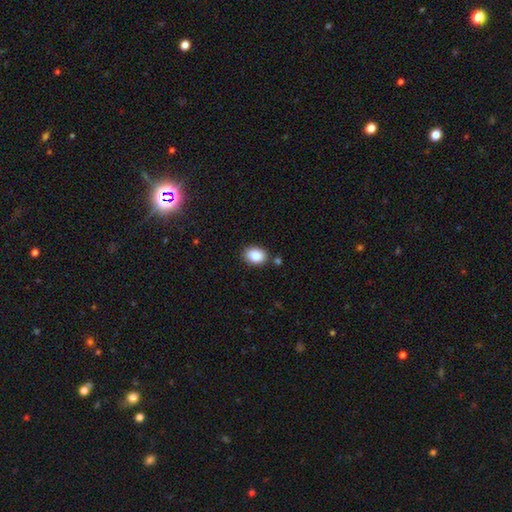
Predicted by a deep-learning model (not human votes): Morphology: type=smooth (87%); roundness=in between (68%); merging=none (80%).